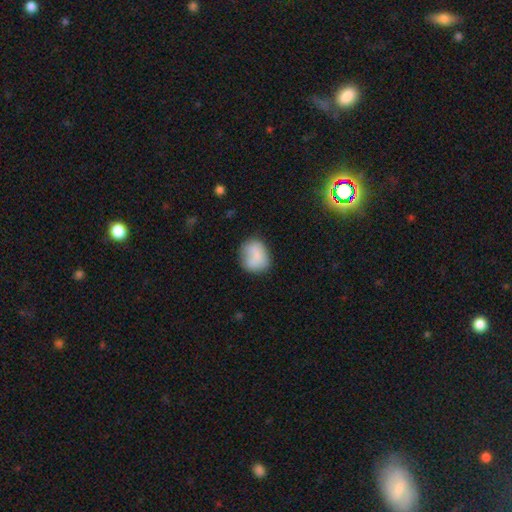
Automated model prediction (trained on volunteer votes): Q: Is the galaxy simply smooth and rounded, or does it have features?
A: smooth — 78%.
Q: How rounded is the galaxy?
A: round — 64%.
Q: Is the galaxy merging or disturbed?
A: none — 63%.